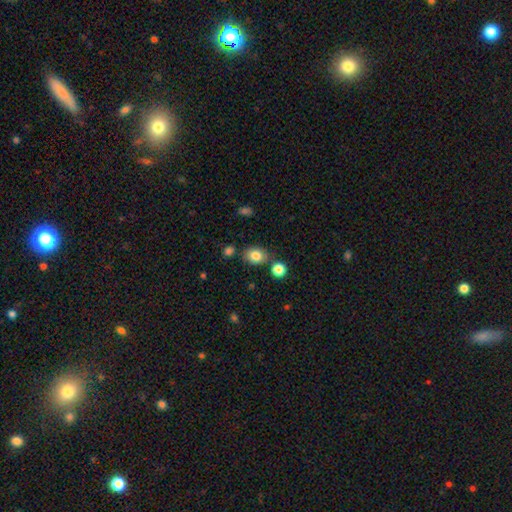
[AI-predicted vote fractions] smooth-or-featured: smooth: 83% | star or artifact: 10% | featured or disk: 8%
  how-rounded: in between: 55% | round: 44% | cigar-shaped: 1%
  merging: none: 77% | minor disturbance: 13% | merger: 8% | major disturbance: 3%